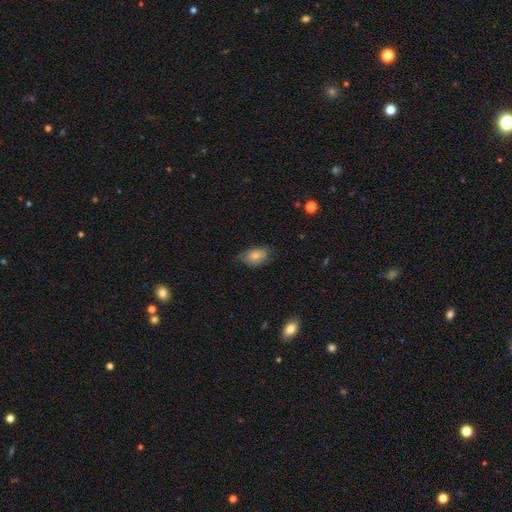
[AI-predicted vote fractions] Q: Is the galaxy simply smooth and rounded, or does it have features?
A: smooth — 74%.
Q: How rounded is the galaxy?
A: in between — 86%.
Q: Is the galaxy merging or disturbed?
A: none — 54%.